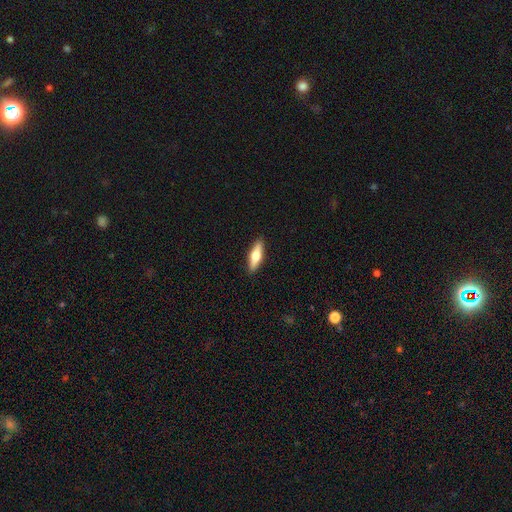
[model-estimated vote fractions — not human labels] A smooth galaxy with no disk features (54%) that is cigar-shaped (57%).

Vote fractions:
- Smooth or featured? smooth: 54% / featured or disk: 40% / star or artifact: 6%
- How rounded? cigar-shaped: 57% / in between: 41% / round: 2%
- Merging? none: 90% / minor disturbance: 7% / major disturbance: 2% / merger: 1%